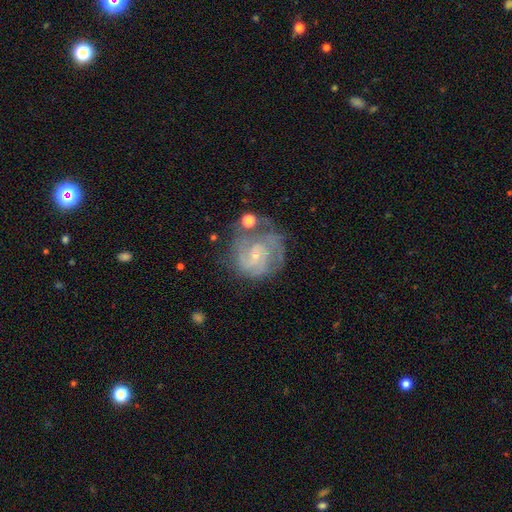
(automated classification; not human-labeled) This appears to be a featured or disk galaxy (83%) with no bar (61%), 2 (28%, tied with can't tell) tight (56%) spiral arms (93%) and a small central bulge (81%). Merging: none (56%).